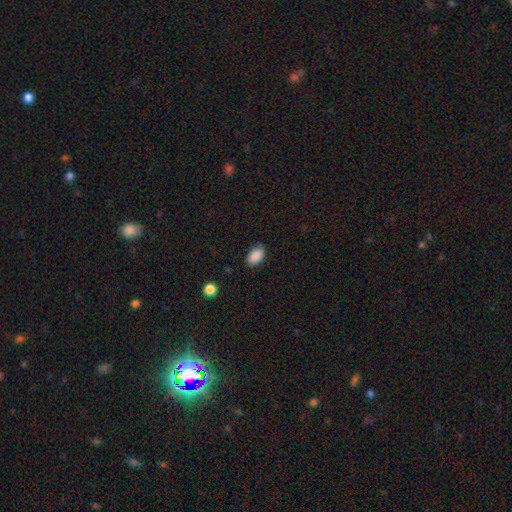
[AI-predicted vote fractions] Overall: smooth (89%). How rounded: in between (91%). Merging: none (84%).